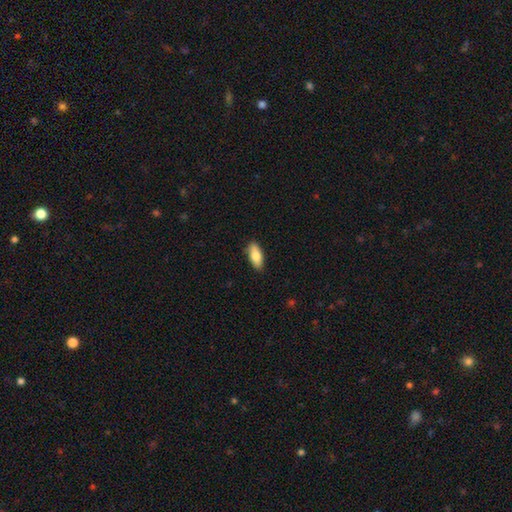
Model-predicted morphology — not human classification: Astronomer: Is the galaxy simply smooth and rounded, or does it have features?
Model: smooth — 79%.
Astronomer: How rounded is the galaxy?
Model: in between — 78%.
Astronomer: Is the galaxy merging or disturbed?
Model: none — 86%.